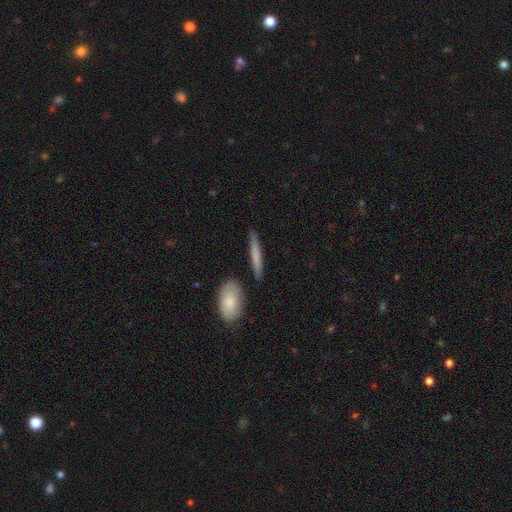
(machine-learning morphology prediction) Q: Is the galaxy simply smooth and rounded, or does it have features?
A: smooth — 71%.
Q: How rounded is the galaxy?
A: cigar-shaped — 90%.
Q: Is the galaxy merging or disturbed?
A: none — 87%.